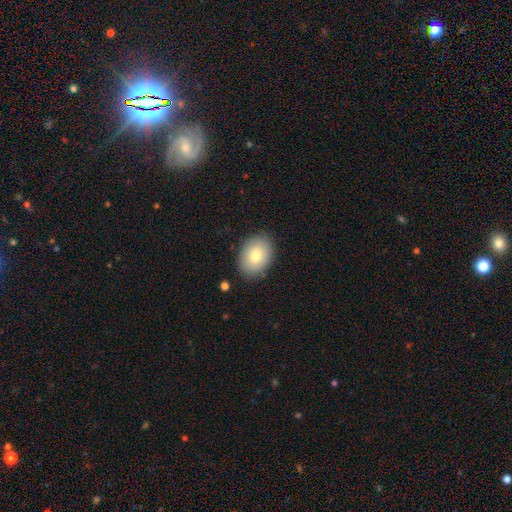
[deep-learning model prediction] A smooth galaxy with no disk features (77%) that is in between round and cigar-shaped (74%). Merging: none (85%).